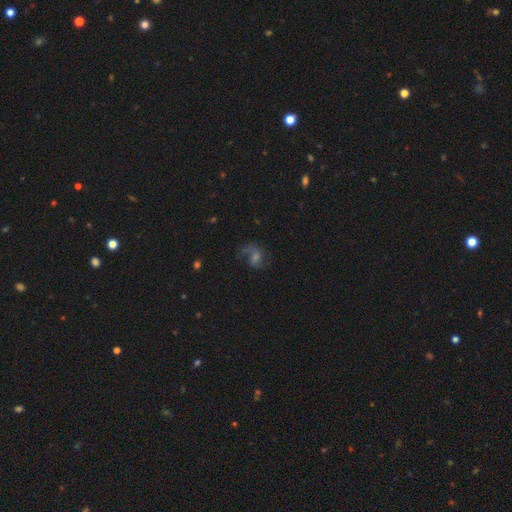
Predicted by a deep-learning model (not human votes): smooth-or-featured: featured or disk: 64% | star or artifact: 19% | smooth: 17%
  disk-edge-on: no: 97% | yes: 3%
    bar: no: 45% | weak: 44% | strong: 11%
    has-spiral-arms: yes: 91% | no: 9%
      spiral-winding: medium: 44% (tied) | loose: 44% (tied) | tight: 12%
      spiral-arm-count: 2: 70% | 1: 19% | can't tell: 7% | 3: 2% | 4: 1% | more than 4: 1%
    bulge-size: moderate: 34% | small: 33% | none: 19% | large: 11% | dominant: 3%
  merging: none: 62% | major disturbance: 19% | minor disturbance: 17% | merger: 3%